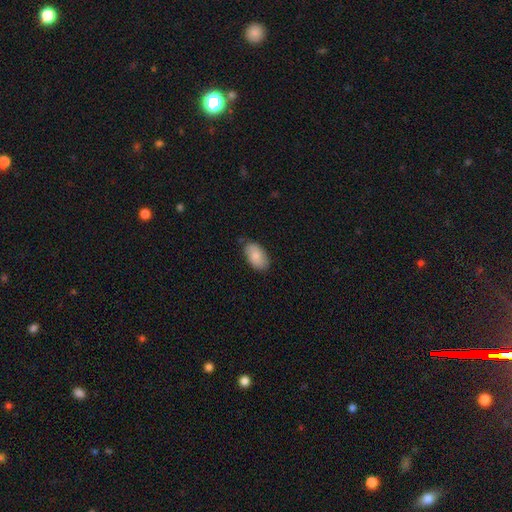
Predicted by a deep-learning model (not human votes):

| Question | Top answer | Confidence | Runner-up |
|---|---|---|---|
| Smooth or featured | smooth | 81% | featured or disk (13%) |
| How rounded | in between | 94% | round (4%) |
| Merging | none | 78% | minor disturbance (18%) |